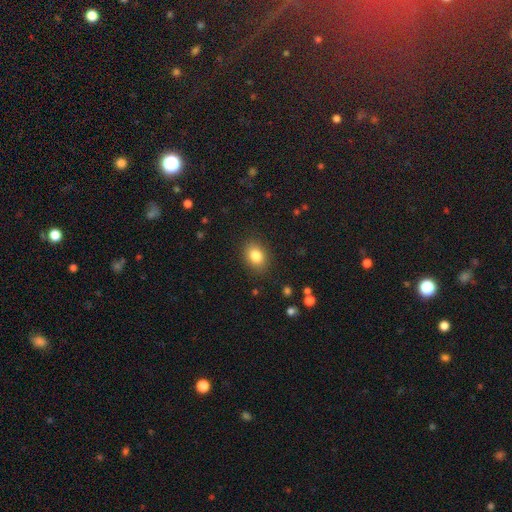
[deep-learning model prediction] smooth-or-featured: smooth: 84% | star or artifact: 9% | featured or disk: 7%
  how-rounded: in between: 69% | round: 30% | cigar-shaped: 1%
  merging: none: 87% | minor disturbance: 9% | major disturbance: 3% | merger: 1%